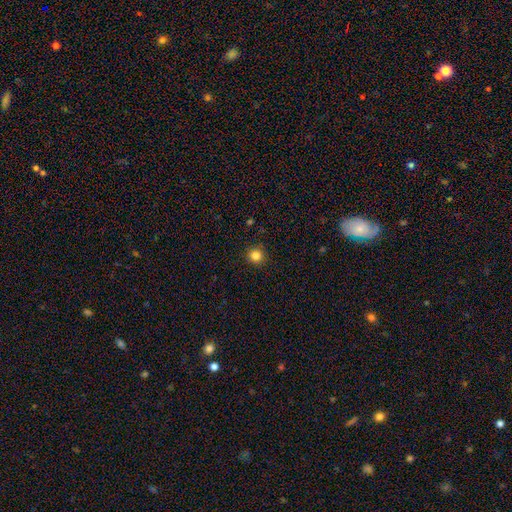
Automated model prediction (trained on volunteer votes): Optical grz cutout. It shows a smooth galaxy with no disk features (83%) that is round (94%). Merging: none (92%).